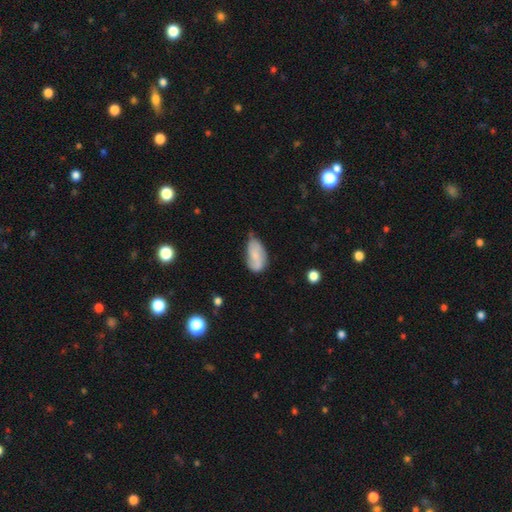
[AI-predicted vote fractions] This is likely a smooth galaxy (62%). How rounded: clearly in between (91%). Merging: possibly none (47%).